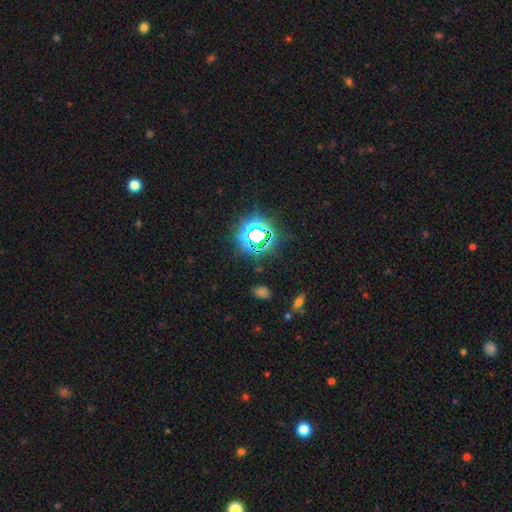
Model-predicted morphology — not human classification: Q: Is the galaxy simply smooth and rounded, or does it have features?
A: star or artifact — 74%.